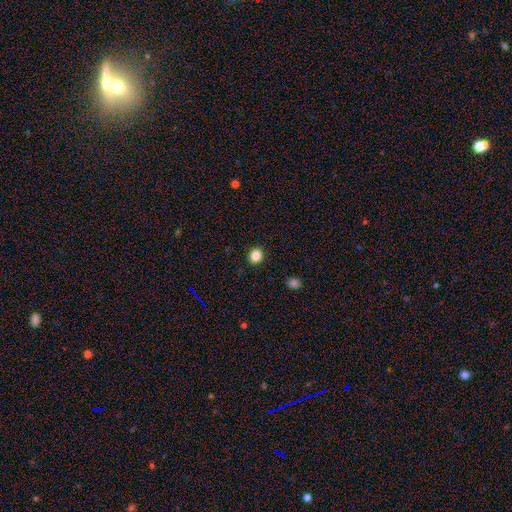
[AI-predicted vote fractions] A smooth galaxy with no disk features (85%) that is round (82%). Merging: none (91%).